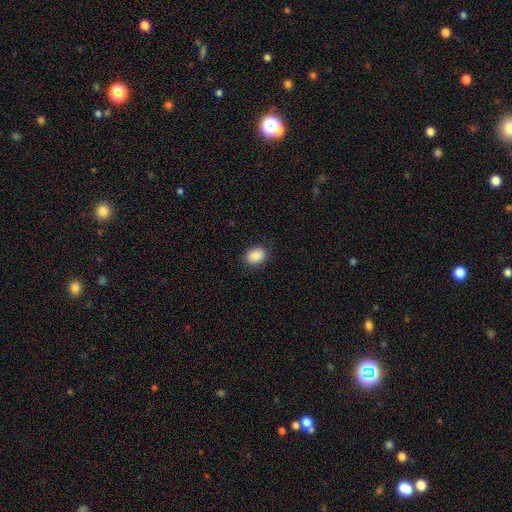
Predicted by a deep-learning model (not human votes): This appears to be a smooth galaxy with no disk features (87%) that is in between round and cigar-shaped (60%). Merging: none (84%).